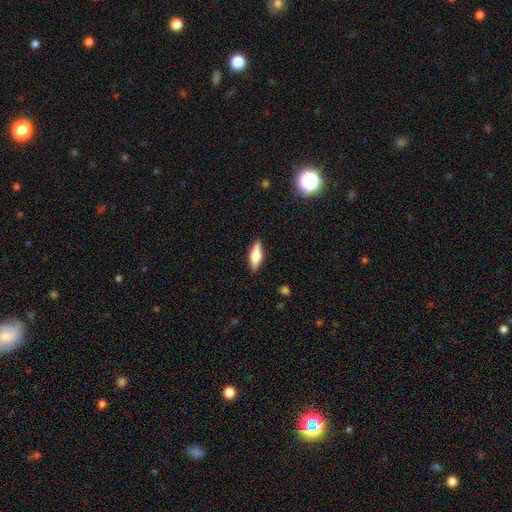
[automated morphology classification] Smooth or featured?
  - smooth: 52% *
  - featured or disk: 41%
  - star or artifact: 7%
How rounded?
  - in between: 56% *
  - cigar-shaped: 41%
  - round: 3%
Merging?
  - none: 88% *
  - minor disturbance: 9%
  - major disturbance: 2%
  - merger: 1%